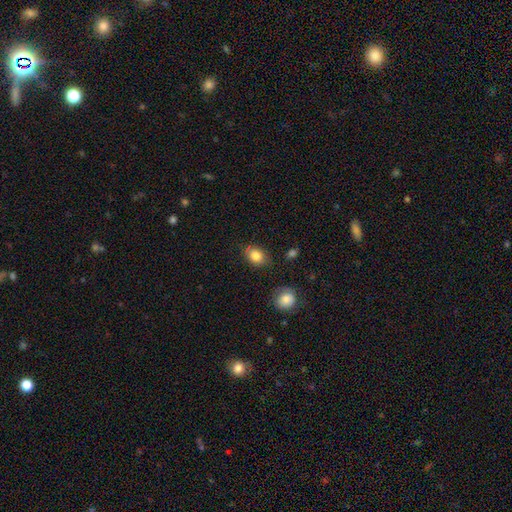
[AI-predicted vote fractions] Q: Smooth or featured?
A: smooth (84%); runner-up: star or artifact (9%)
Q: How rounded?
A: in between (62%); runner-up: round (37%)
Q: Merging?
A: none (79%); runner-up: minor disturbance (15%)